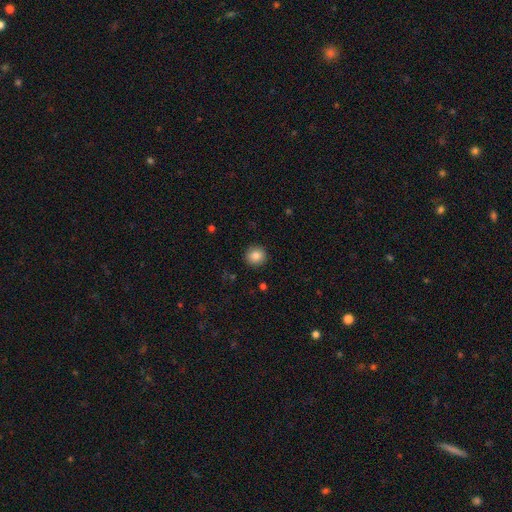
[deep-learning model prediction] smooth 85%, star or artifact 9%, featured or disk 6%. Down the decision tree: how rounded — round (92%); merging — none (92%).